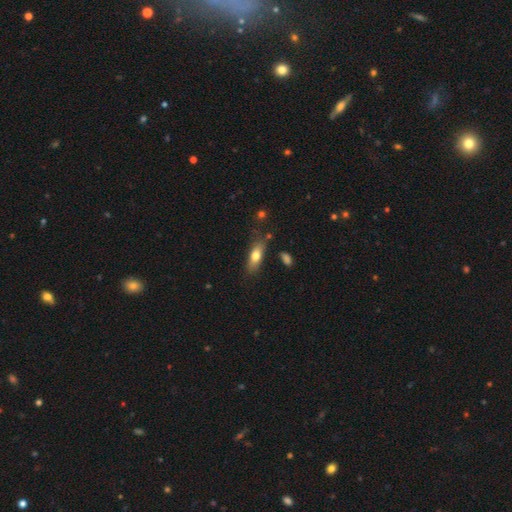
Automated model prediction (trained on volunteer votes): Smooth or featured?
  - smooth: 69% *
  - featured or disk: 24%
  - star or artifact: 7%
How rounded?
  - in between: 61% *
  - cigar-shaped: 35%
  - round: 4%
Merging?
  - none: 73% *
  - minor disturbance: 19%
  - major disturbance: 5%
  - merger: 4%